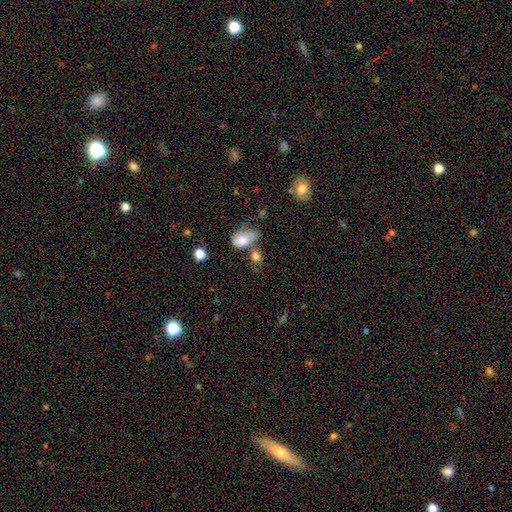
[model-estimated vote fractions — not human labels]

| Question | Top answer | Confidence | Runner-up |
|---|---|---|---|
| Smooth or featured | smooth | 67% | featured or disk (21%) |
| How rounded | in between | 67% | round (30%) |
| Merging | none | 35% | merger (30%) |